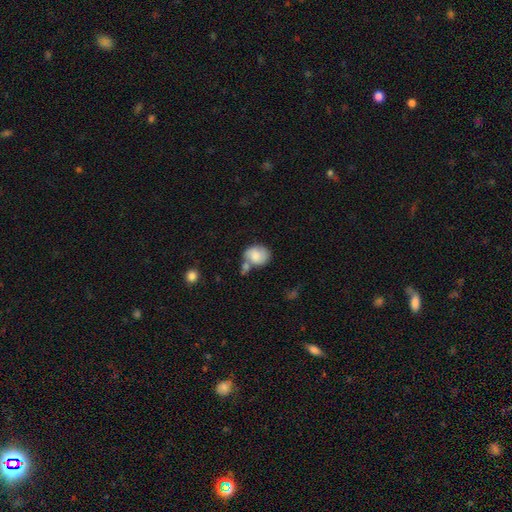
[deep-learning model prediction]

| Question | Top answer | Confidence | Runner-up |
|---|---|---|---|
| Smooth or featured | smooth | 74% | featured or disk (19%) |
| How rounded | round | 51% | in between (48%) |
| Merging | none | 41% | merger (31%) |